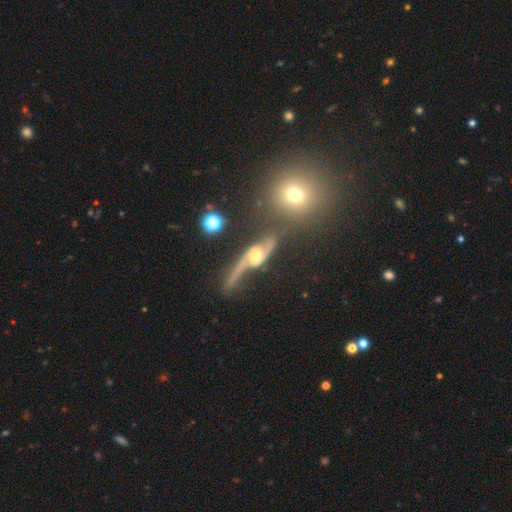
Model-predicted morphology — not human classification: featured or disk 84%, smooth 8%, star or artifact 8%. Down the decision tree: edge-on disk — no (84%); bar — no (46%); spiral arms — yes (94%); spiral arm count — 2 (92%); spiral winding — loose (78%); bulge size — moderate (59%); merging — none (46%).